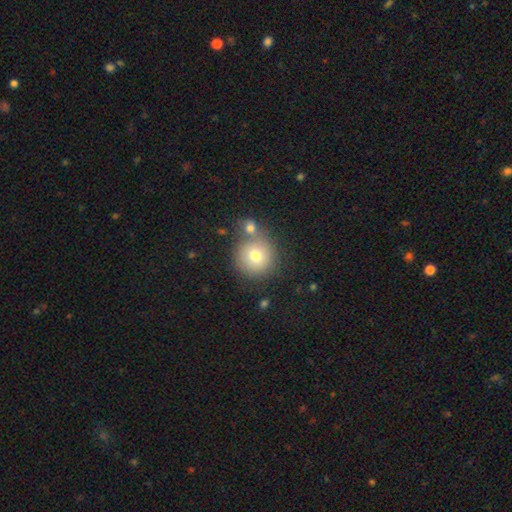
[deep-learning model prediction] Morphology: type=smooth (75%); roundness=round (91%); merging=none (59%).